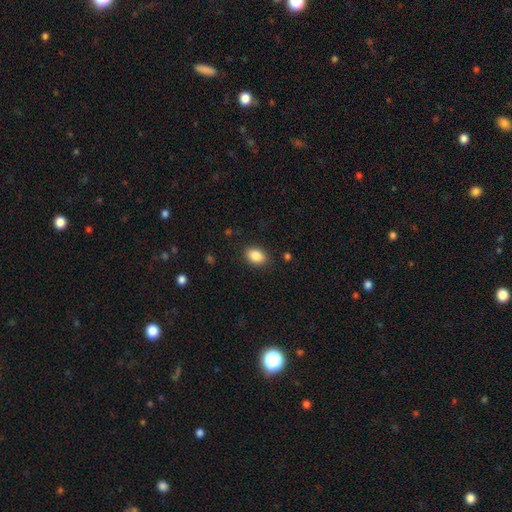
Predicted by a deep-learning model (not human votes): This is clearly a smooth galaxy (88%). How rounded: likely in between (80%). Merging: clearly none (86%).